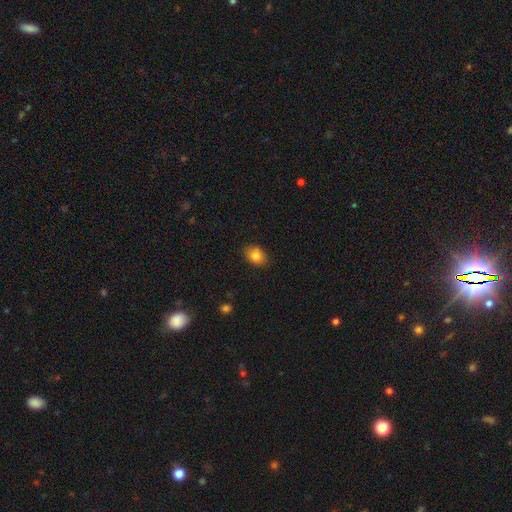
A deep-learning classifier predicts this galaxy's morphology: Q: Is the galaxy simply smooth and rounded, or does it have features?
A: smooth — 82%.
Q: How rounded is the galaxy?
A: in between — 64%.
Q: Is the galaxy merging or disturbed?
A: none — 86%.